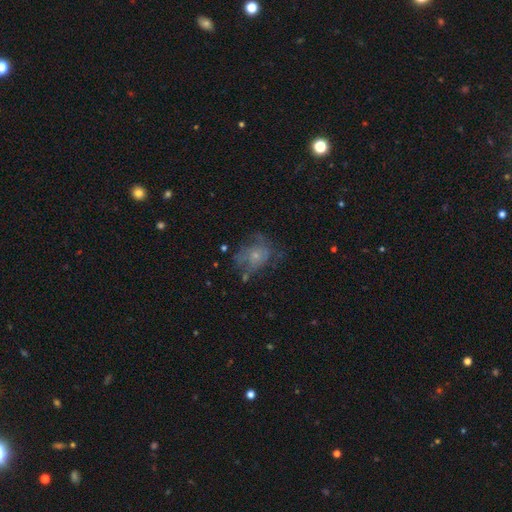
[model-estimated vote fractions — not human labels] Q: Smooth or featured?
A: featured or disk (48%); runner-up: smooth (38%)
Q: Merging?
A: none (45%); runner-up: major disturbance (26%)